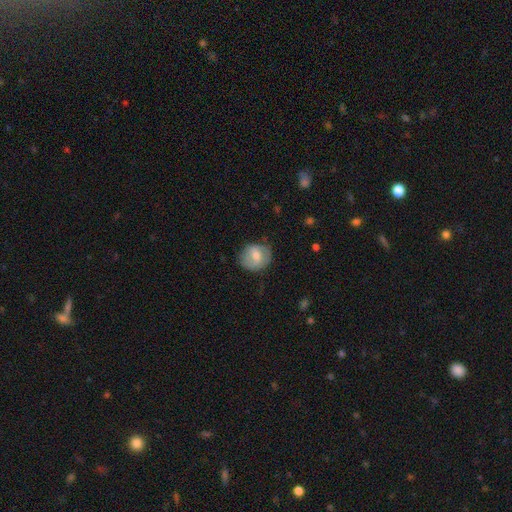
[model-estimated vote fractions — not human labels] smooth 67%, featured or disk 26%, star or artifact 7%. Down the decision tree: how rounded — round (69%); merging — none (74%).